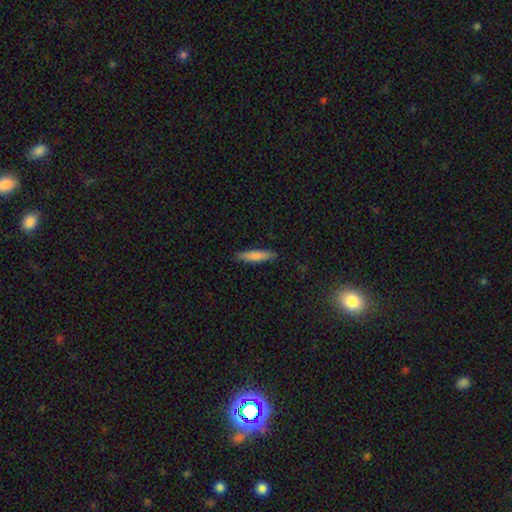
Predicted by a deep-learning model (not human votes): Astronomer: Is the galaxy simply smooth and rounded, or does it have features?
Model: smooth — 82%.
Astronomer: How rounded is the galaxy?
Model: cigar-shaped — 84%.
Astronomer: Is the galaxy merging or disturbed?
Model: none — 89%.